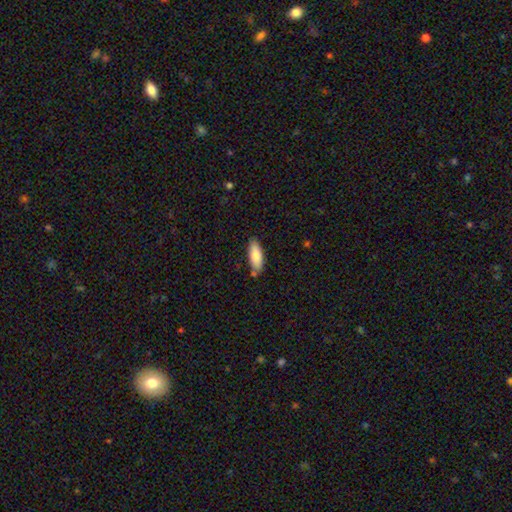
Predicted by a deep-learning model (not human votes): Smooth or featured?
  - smooth: 80% *
  - featured or disk: 14%
  - star or artifact: 6%
How rounded?
  - in between: 74% *
  - cigar-shaped: 24%
  - round: 2%
Merging?
  - none: 77% *
  - minor disturbance: 15%
  - merger: 5%
  - major disturbance: 3%